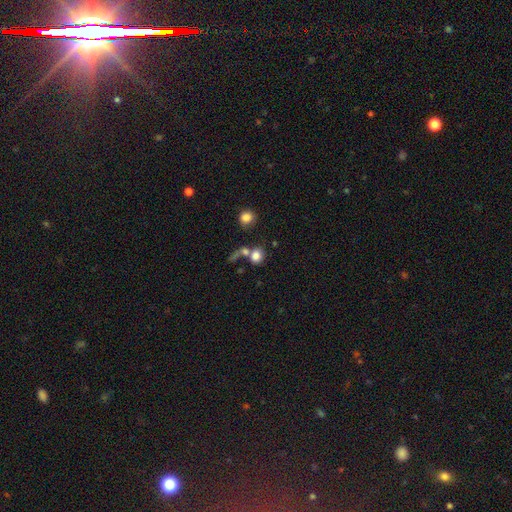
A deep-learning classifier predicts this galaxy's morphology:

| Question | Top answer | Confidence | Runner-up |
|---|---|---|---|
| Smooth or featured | smooth | 79% | featured or disk (11%) |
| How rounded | round | 67% | in between (32%) |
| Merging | none | 42% | merger (37%) |